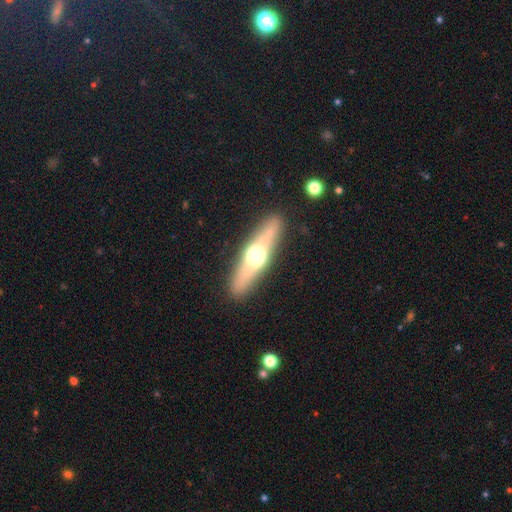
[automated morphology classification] Smooth or featured: featured or disk — 52% (smooth — 42%)
Edge-on disk: yes — 84% (no — 16%)
Merging: none — 86% (minor disturbance — 9%)